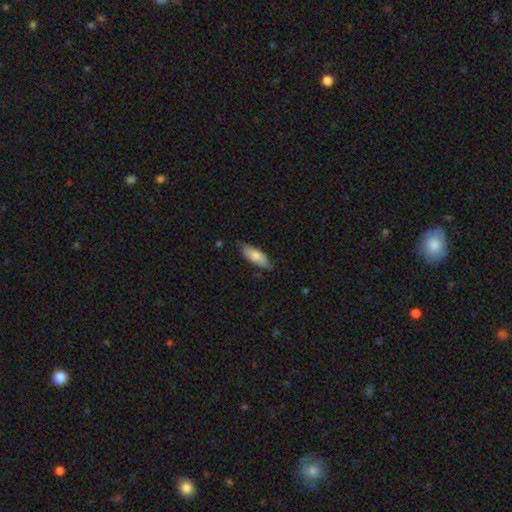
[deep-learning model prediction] smooth 76%, featured or disk 18%, star or artifact 6%. Down the decision tree: how rounded — in between (72%); merging — none (78%).